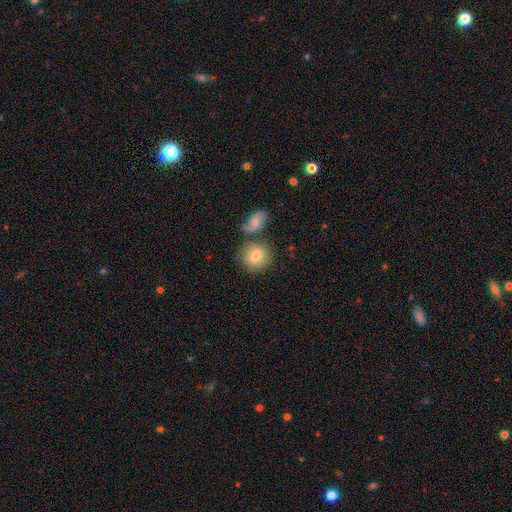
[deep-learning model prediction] smooth-or-featured: smooth: 78% | featured or disk: 15% | star or artifact: 7%
  how-rounded: round: 82% | in between: 17% | cigar-shaped: 1%
  merging: none: 61% | merger: 22% | minor disturbance: 13% | major disturbance: 4%